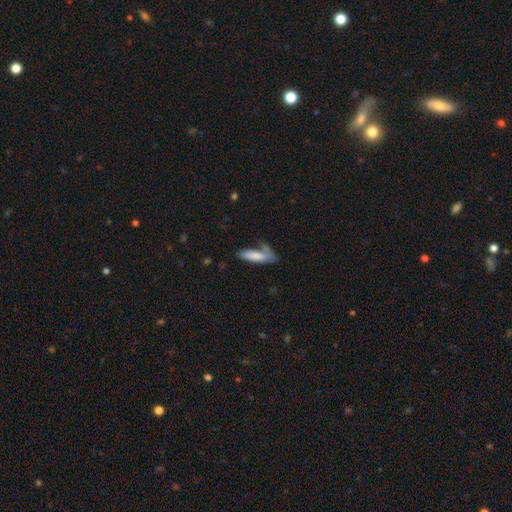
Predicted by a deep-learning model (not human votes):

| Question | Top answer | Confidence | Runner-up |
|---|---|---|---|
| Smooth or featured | smooth | 78% | featured or disk (15%) |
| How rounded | cigar-shaped | 55% | in between (43%) |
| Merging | none | 47% | minor disturbance (23%) |